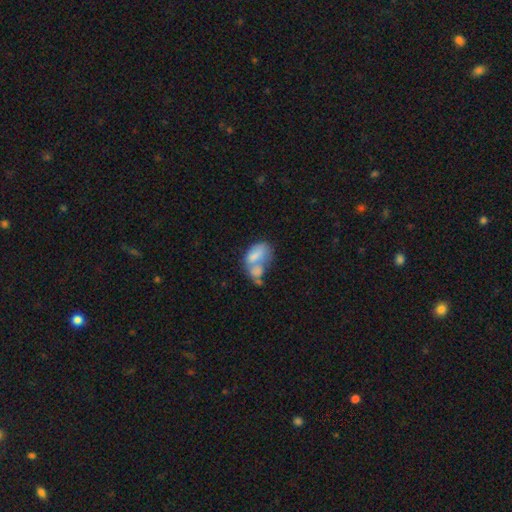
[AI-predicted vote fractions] Overall: smooth (66%; featured or disk 26%). How rounded: in between (88%). Merging: merger (65%).